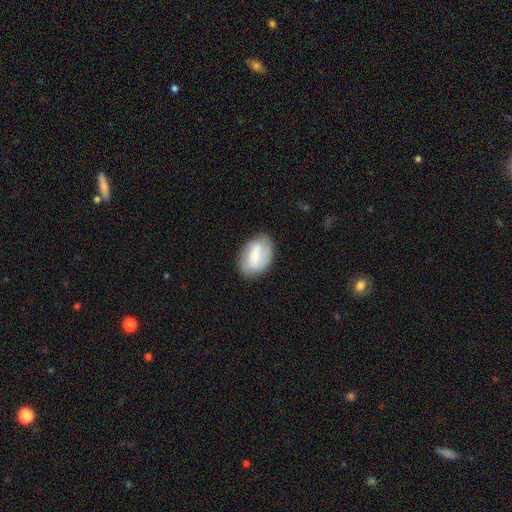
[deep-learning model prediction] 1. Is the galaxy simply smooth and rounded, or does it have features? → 51% smooth, 42% featured or disk, 7% star or artifact.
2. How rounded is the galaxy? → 85% in between, 13% round, 2% cigar-shaped.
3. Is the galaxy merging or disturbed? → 75% none, 18% minor disturbance, 5% major disturbance, 2% merger.